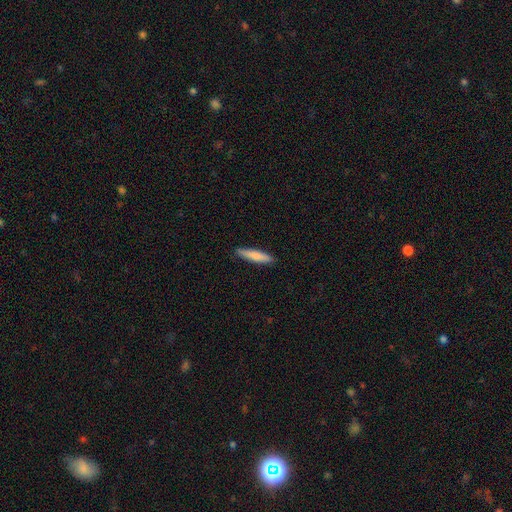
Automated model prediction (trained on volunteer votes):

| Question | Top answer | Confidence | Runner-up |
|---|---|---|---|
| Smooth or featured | smooth | 77% | featured or disk (17%) |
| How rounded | cigar-shaped | 86% | in between (13%) |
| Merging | none | 90% | minor disturbance (7%) |